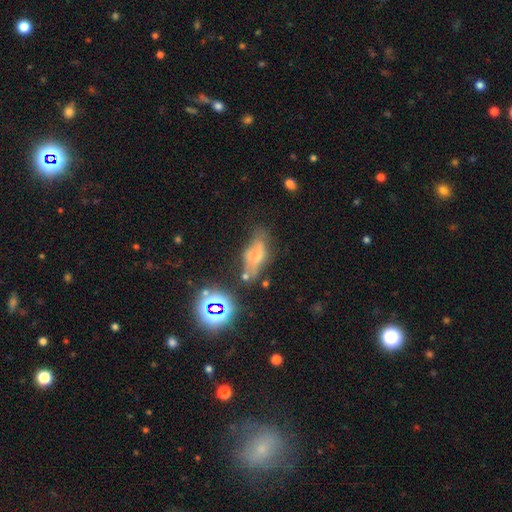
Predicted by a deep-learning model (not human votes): Smooth or featured?
  - smooth: 45% *
  - featured or disk: 35%
  - star or artifact: 20%
Merging?
  - none: 39% *
  - minor disturbance: 28%
  - major disturbance: 21%
  - merger: 12%